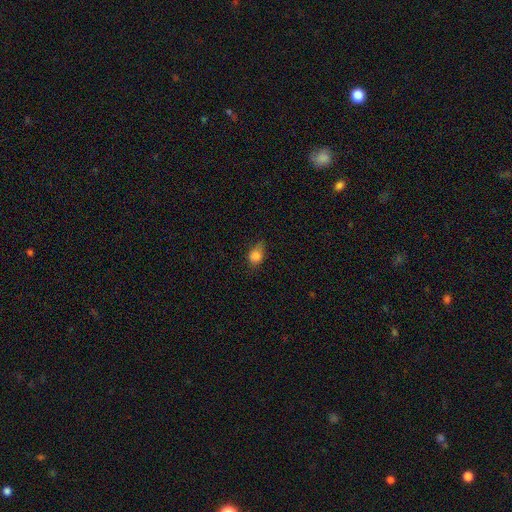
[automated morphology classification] Smooth or featured: smooth — 82% (star or artifact — 10%)
How rounded: in between — 56% (round — 41%)
Merging: none — 51% (minor disturbance — 37%)